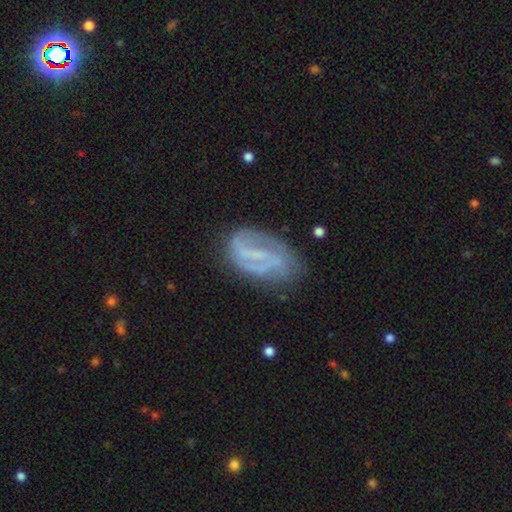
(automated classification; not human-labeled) This appears to be a featured or disk galaxy (72%) with a strong bar (46%), 2 (64%) medium (37%) spiral arms (75%) and no central bulge (56%). Merging: none (62%).